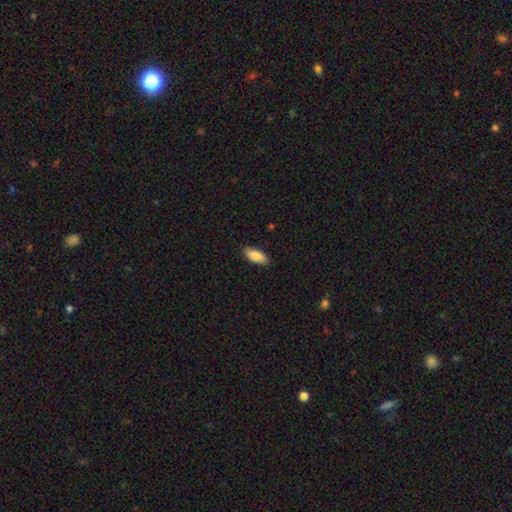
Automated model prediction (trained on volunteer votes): Smooth or featured?
  - smooth: 87% *
  - featured or disk: 7%
  - star or artifact: 6%
How rounded?
  - in between: 85% *
  - cigar-shaped: 13%
  - round: 2%
Merging?
  - none: 88% *
  - minor disturbance: 9%
  - major disturbance: 2%
  - merger: 1%